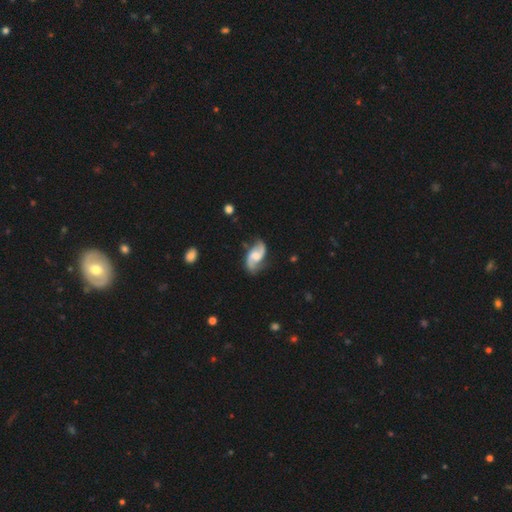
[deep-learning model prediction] A featured or disk galaxy (86%) with no bar (47%), 2 (93%) loose (47%) spiral arms (97%) and a moderate central bulge (44%). Merging: none (76%).